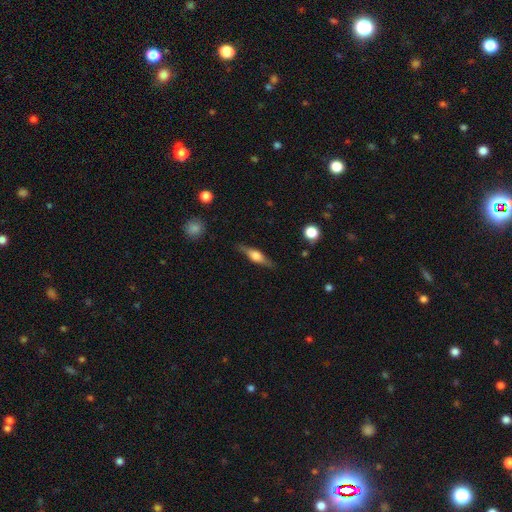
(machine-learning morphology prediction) type=featured or disk (65%); edge-on=yes (96%); edge-on bulge=rounded (85%); merging=none (84%).